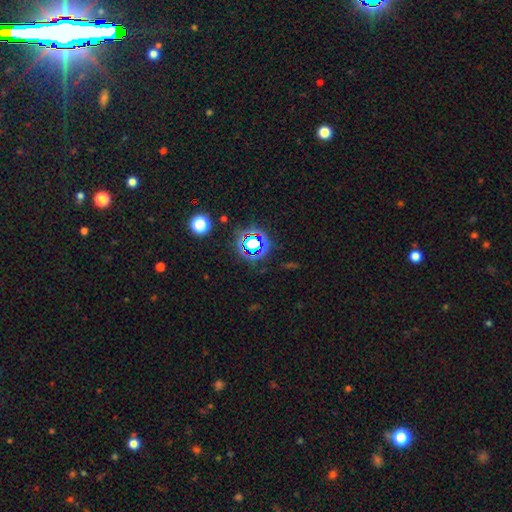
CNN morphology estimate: Overall: star or artifact (73%).